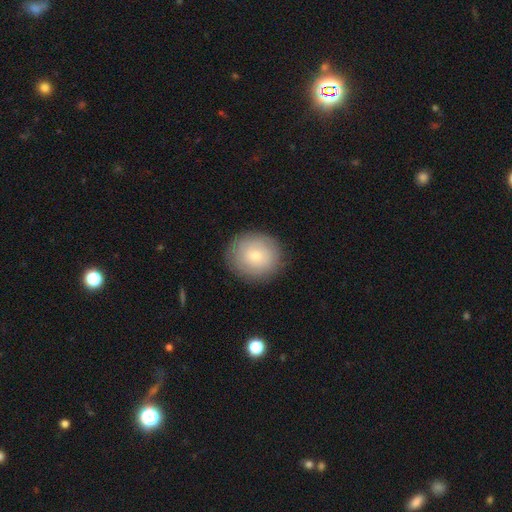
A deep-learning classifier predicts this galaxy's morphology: smooth-or-featured: smooth: 70% | featured or disk: 23% | star or artifact: 8%
  how-rounded: round: 82% | in between: 17% | cigar-shaped: 1%
  merging: none: 86% | minor disturbance: 10% | major disturbance: 3% | merger: 1%